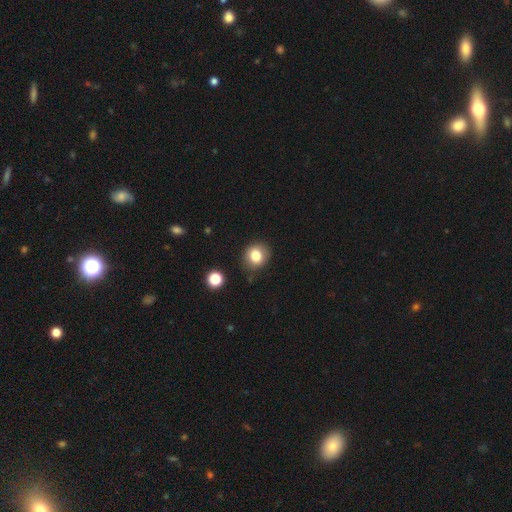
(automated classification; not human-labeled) This is clearly a smooth galaxy (81%). How rounded: likely round (79%). Merging: clearly none (81%).